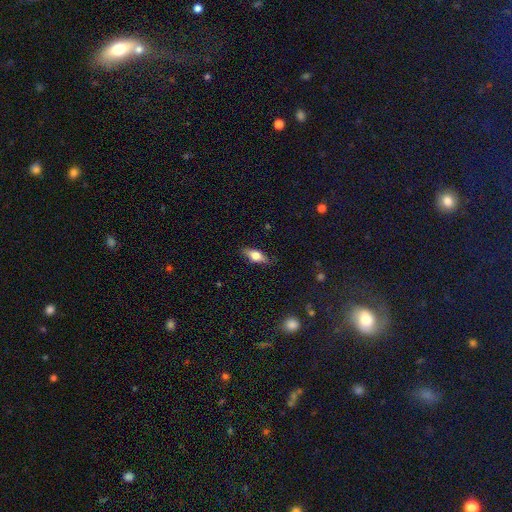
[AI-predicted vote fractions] Smooth or featured? Predicted: smooth (p=0.60). How rounded? Predicted: in between (p=0.68). Merging? Predicted: none (p=0.84).